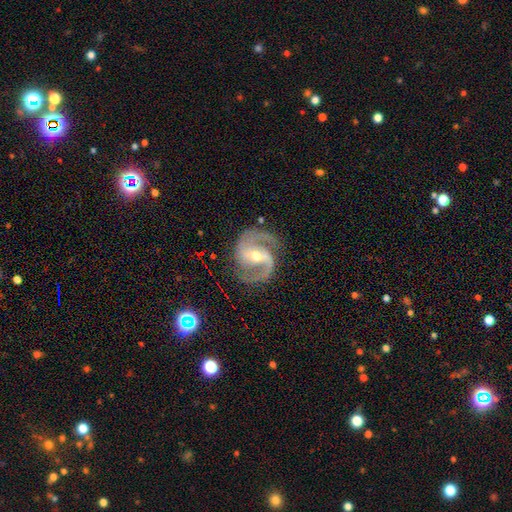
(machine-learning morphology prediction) Smooth or featured? Predicted: featured or disk (p=0.93). Edge-on disk? Predicted: no (p=0.98). Bar? Predicted: strong (p=0.43). Spiral arms? Predicted: yes (p=0.98). Spiral winding? Predicted: medium (p=0.64). Spiral arm count? Predicted: 2 (p=0.91). Bulge size? Predicted: moderate (p=0.49). Merging? Predicted: none (p=0.82).